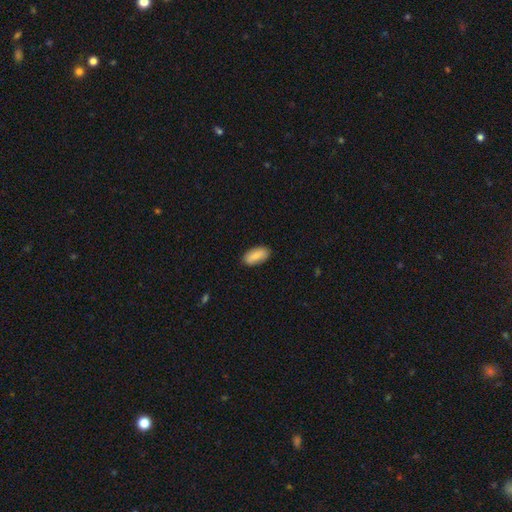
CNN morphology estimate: Smooth or featured? smooth (81%)
How rounded? in between (90%)
Merging? none (85%)